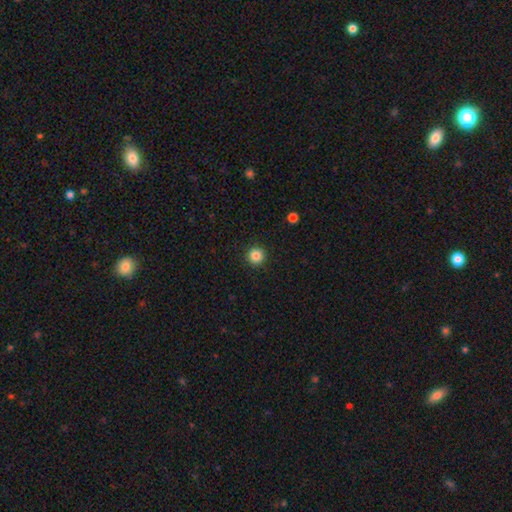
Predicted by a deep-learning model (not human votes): A smooth galaxy with no disk features (85%) that is round (96%). Merging: none (93%).